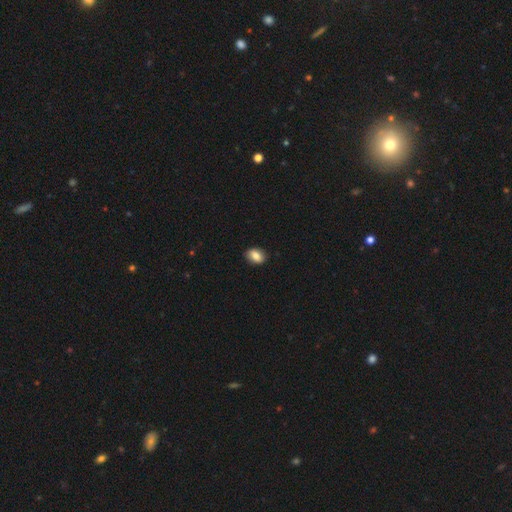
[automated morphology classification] smooth_or_featured: smooth (p=0.84) [alt: featured or disk p=0.08]
how_rounded: in between (p=0.77) [alt: round p=0.22]
merging: none (p=0.89) [alt: minor disturbance p=0.08]